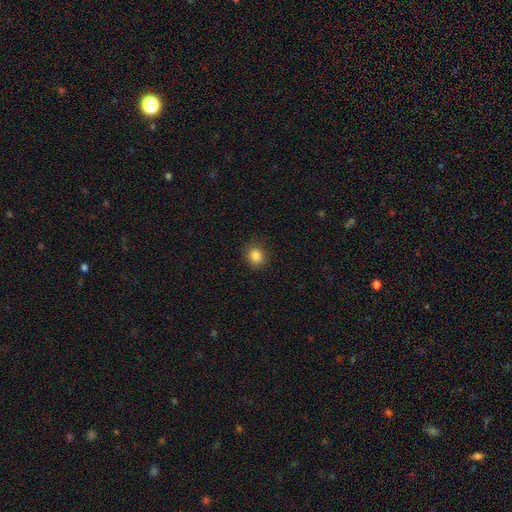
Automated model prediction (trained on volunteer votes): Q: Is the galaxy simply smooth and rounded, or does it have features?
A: smooth — 85%.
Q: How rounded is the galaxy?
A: round — 71%.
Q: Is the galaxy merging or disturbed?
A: none — 88%.